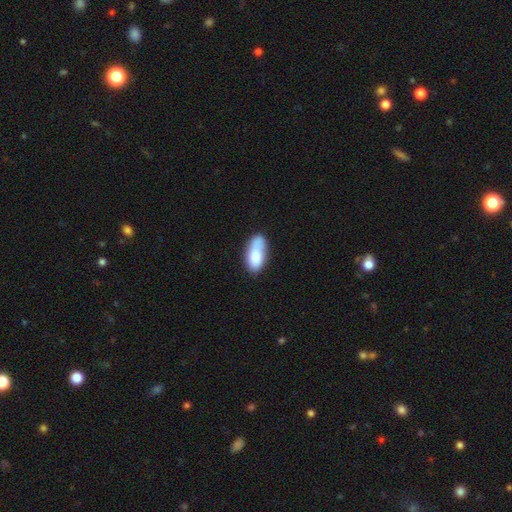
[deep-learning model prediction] This is likely a smooth galaxy (79%). How rounded: clearly in between (90%). Merging: possibly none (50%).